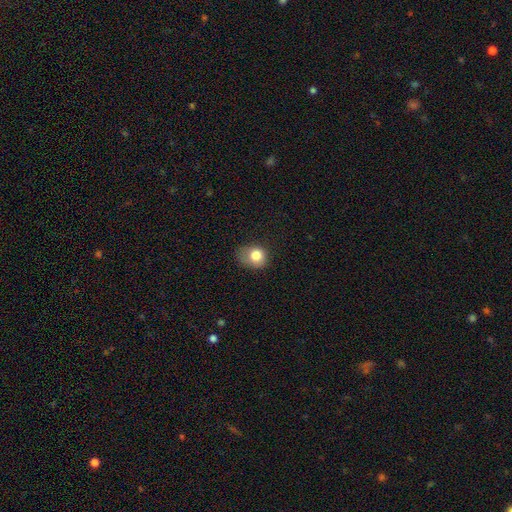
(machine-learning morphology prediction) Smooth or featured: smooth — 80% (featured or disk — 10%)
How rounded: round — 62% (in between — 37%)
Merging: none — 42% (minor disturbance — 38%)